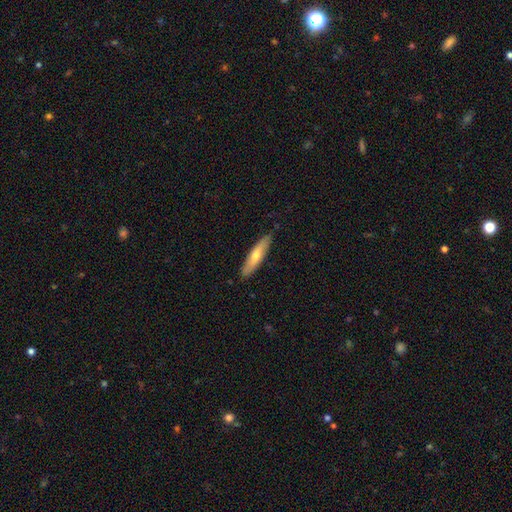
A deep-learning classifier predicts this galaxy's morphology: The model was most divided on "smooth or featured": smooth: 58%, featured or disk: 37%, star or artifact: 5%. More confident: merging — none (86%); how rounded — cigar-shaped (80%).